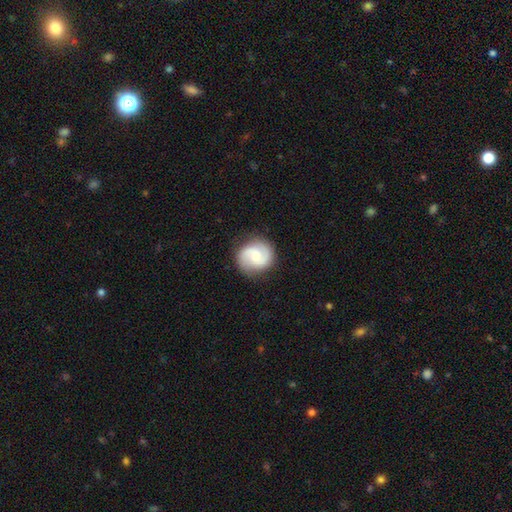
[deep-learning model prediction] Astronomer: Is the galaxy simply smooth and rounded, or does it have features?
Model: featured or disk — 71%.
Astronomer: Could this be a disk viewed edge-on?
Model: no — 98%.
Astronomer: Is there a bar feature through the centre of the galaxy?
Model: no — 49% (runner-up: weak, 44%).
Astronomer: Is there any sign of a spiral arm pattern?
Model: yes — 95%.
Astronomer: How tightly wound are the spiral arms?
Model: medium — 51% (runner-up: tight, 28%).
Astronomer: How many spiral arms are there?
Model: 2 — 90%.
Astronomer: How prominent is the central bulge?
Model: moderate — 43%, tied with small at 43%.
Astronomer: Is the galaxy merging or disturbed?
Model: none — 84%.